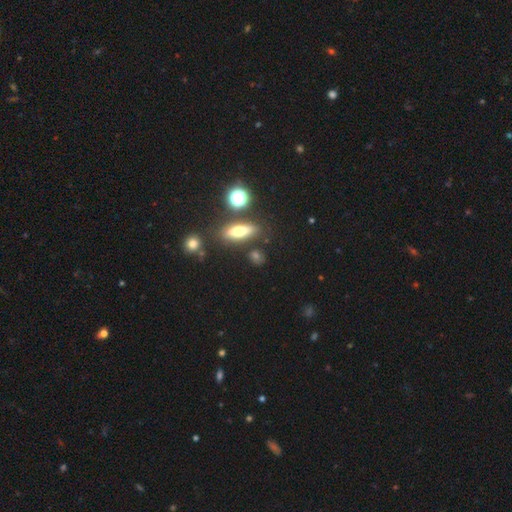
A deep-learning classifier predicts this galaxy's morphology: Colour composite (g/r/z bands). It shows a smooth galaxy with no disk features (59%) that is in between round and cigar-shaped (45%). Merging: none (78%).